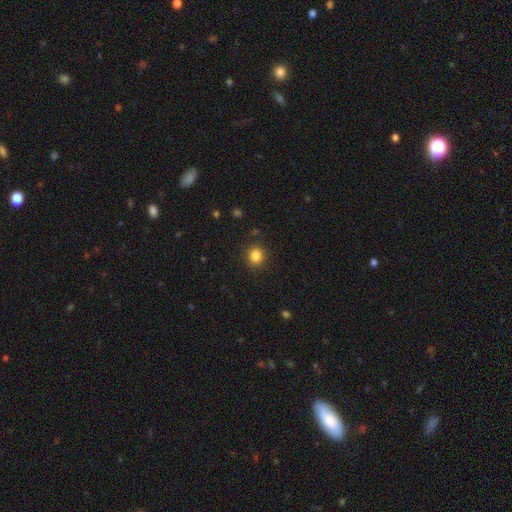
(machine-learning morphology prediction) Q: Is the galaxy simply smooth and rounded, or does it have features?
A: smooth — 84%.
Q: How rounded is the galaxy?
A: round — 74%.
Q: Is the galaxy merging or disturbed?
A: none — 89%.